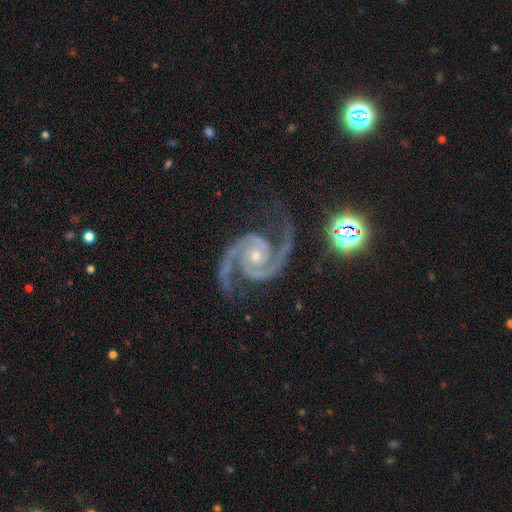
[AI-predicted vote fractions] This appears to be a featured or disk galaxy (94%) with no bar (71%), 2 (94%) medium (60%) spiral arms (99%) and a small central bulge (55%). Merging: none (78%).